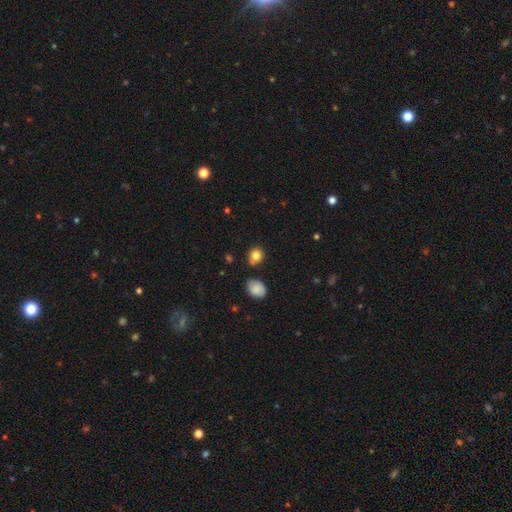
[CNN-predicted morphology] Smooth or featured? Predicted: smooth (p=0.83). How rounded? Predicted: round (p=0.68). Merging? Predicted: none (p=0.71).